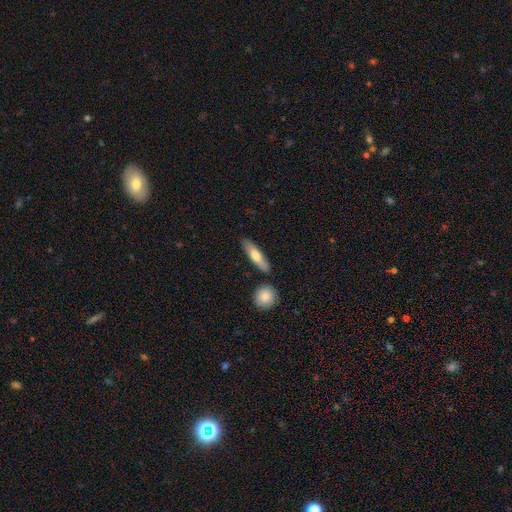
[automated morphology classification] type=smooth (65%); roundness=cigar-shaped (63%); merging=none (80%).